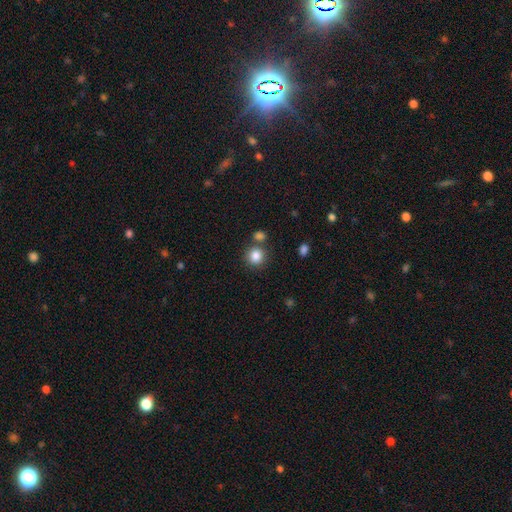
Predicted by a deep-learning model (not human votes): This is clearly a smooth galaxy (85%). How rounded: clearly round (90%). Merging: likely none (74%).